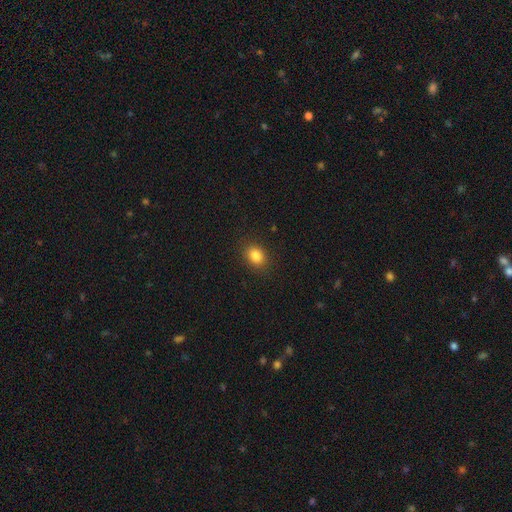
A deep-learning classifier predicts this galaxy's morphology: Overall: smooth (84%). How rounded: in between (50%; round 49%). Merging: none (88%).